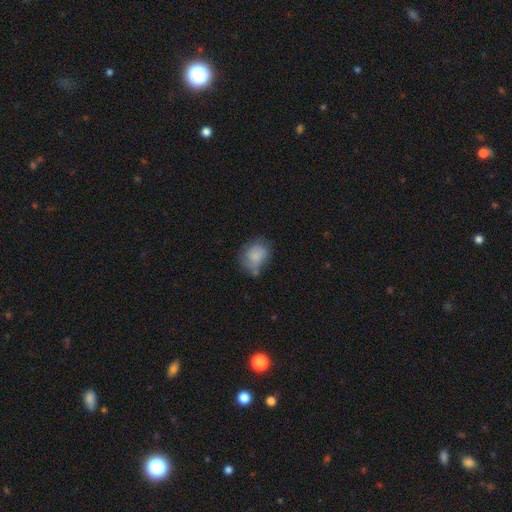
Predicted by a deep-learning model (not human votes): Smooth or featured? smooth (76%)
How rounded? in between (52%)
Merging? none (48%)